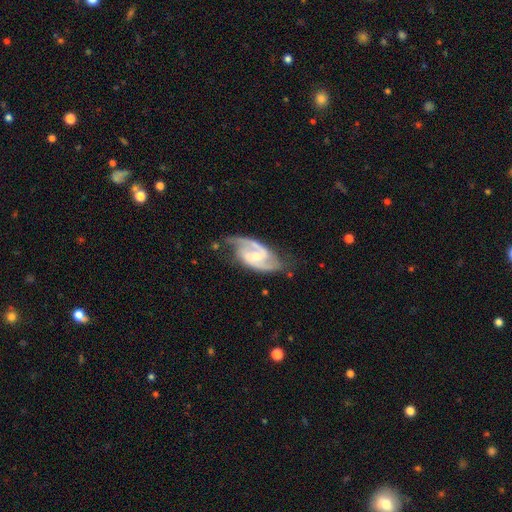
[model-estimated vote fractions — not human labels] Overall: featured or disk (90%). Edge-on disk: no (97%). Bar: weak (52%; no 27%). Spiral arms: yes (98%). Spiral arm count: 2 (90%). Spiral winding: medium (58%; tight 26%). Bulge size: small (47%; moderate 43%). Merging: none (68%).